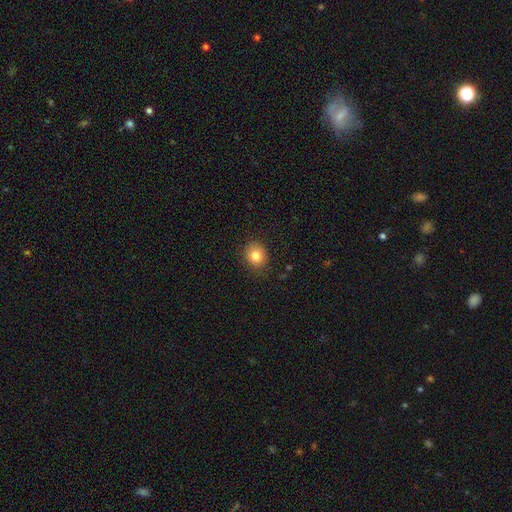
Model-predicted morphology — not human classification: Q: Smooth or featured?
A: smooth (82%); runner-up: star or artifact (11%)
Q: How rounded?
A: round (69%); runner-up: in between (30%)
Q: Merging?
A: none (85%); runner-up: minor disturbance (11%)